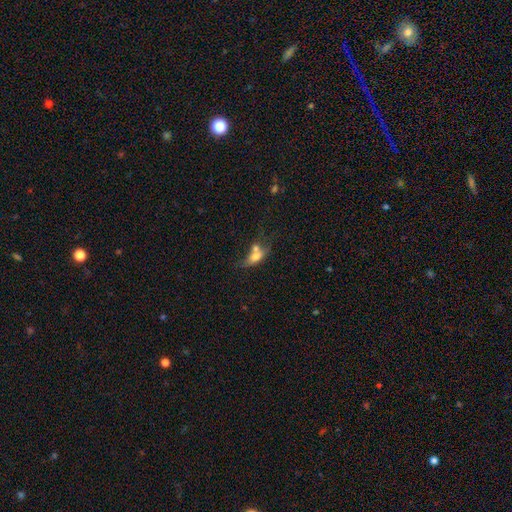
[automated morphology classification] smooth-or-featured: smooth: 63% | featured or disk: 27% | star or artifact: 10%
  how-rounded: in between: 71% | cigar-shaped: 16% | round: 13%
  merging: merger: 53% | none: 24% | minor disturbance: 12% | major disturbance: 11%